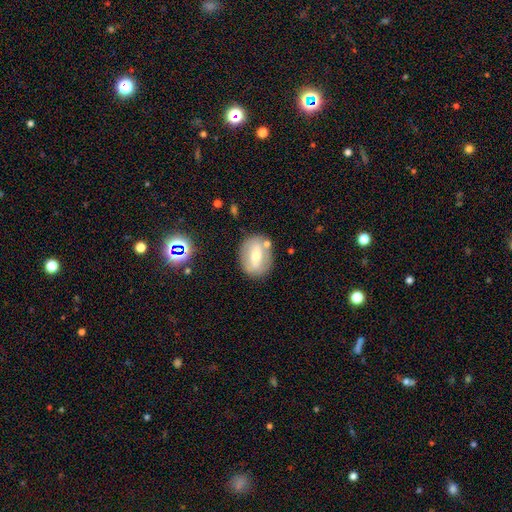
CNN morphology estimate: type=featured or disk (48%); merging=none (77%).